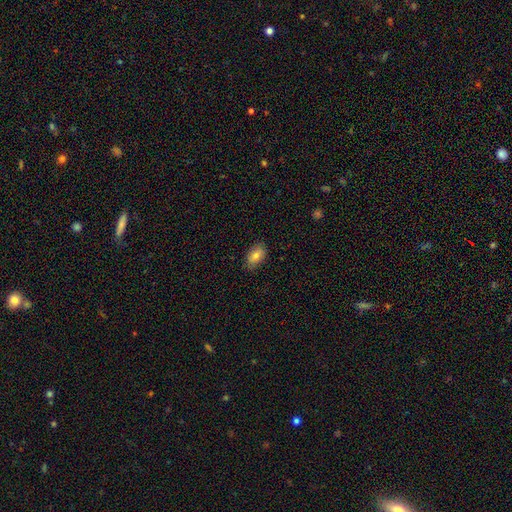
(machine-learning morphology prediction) This is likely a smooth galaxy (78%). How rounded: clearly in between (91%). Merging: clearly none (83%).